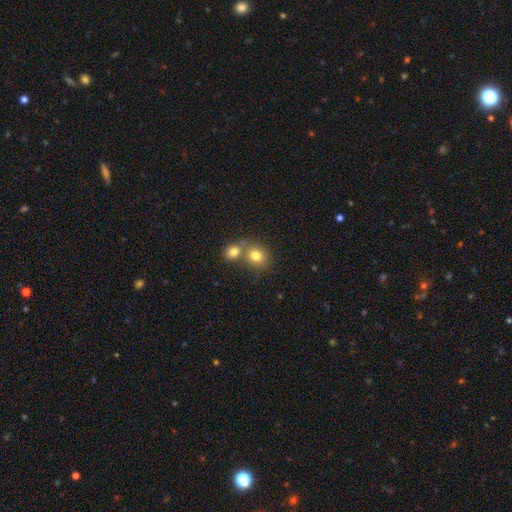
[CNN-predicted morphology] type=smooth (79%); roundness=round (71%); merging=none (47%).